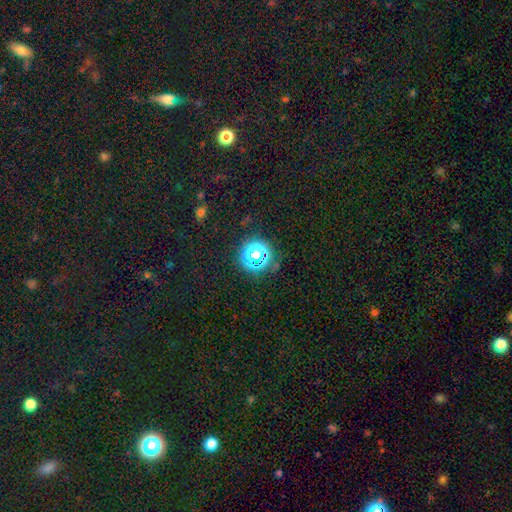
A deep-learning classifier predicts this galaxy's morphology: Smooth or featured?
  - star or artifact: 59% *
  - smooth: 31%
  - featured or disk: 10%